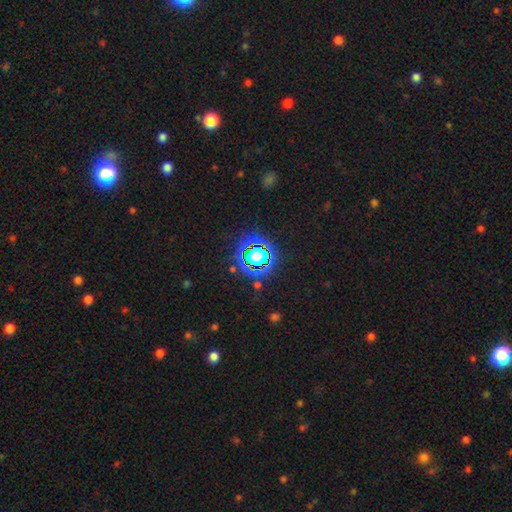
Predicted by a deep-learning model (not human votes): smooth-or-featured: star or artifact: 63% | smooth: 25% | featured or disk: 12%